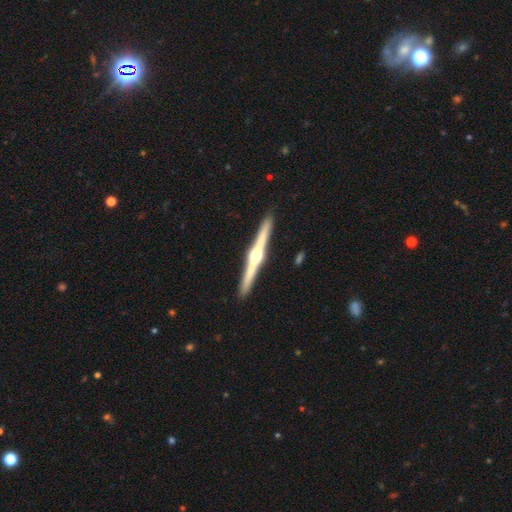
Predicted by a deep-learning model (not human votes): Q: Smooth or featured?
A: featured or disk (85%); runner-up: smooth (11%)
Q: Edge-on disk?
A: yes (99%); runner-up: no (1%)
Q: Edge-on bulge?
A: rounded (94%); runner-up: boxy (4%)
Q: Merging?
A: none (93%); runner-up: minor disturbance (5%)